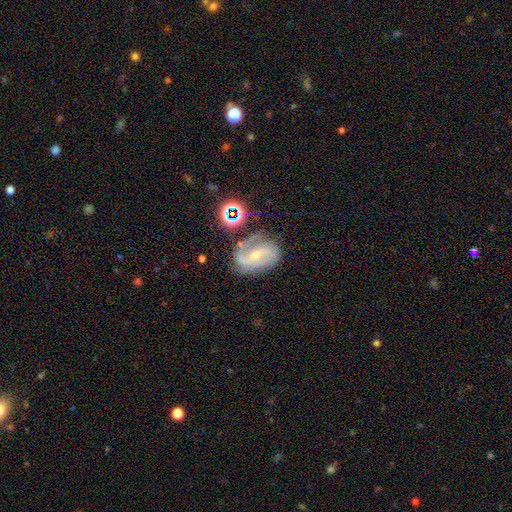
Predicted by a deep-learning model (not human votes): The model was most divided on "bar": weak: 40%, no: 33%, strong: 28%. Remaining: edge-on disk — no (97%); spiral arms — yes (94%); smooth or featured — featured or disk (81%); spiral arm count — 2 (77%); merging — none (65%); bulge size — small (61%); spiral winding — medium (45%).